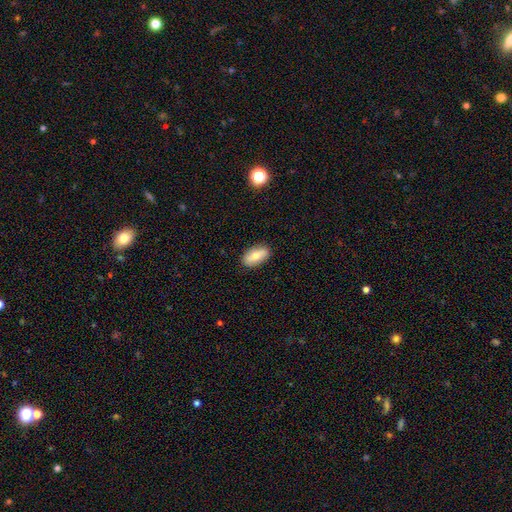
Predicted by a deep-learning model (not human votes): Smooth or featured: smooth — 71% (featured or disk — 23%)
How rounded: in between — 88% (cigar-shaped — 8%)
Merging: none — 87% (minor disturbance — 10%)